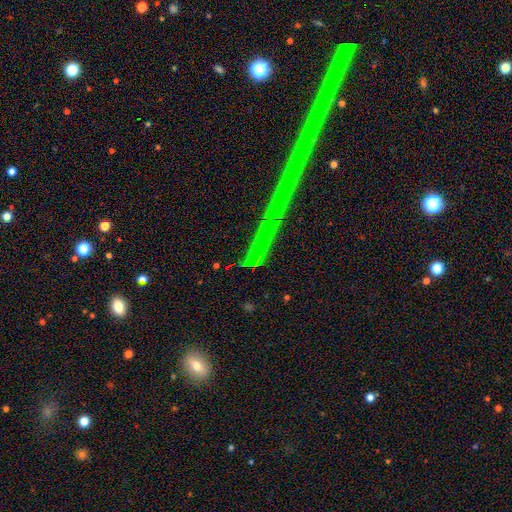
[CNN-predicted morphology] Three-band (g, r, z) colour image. It shows a star or artifact, not a galaxy (73%).